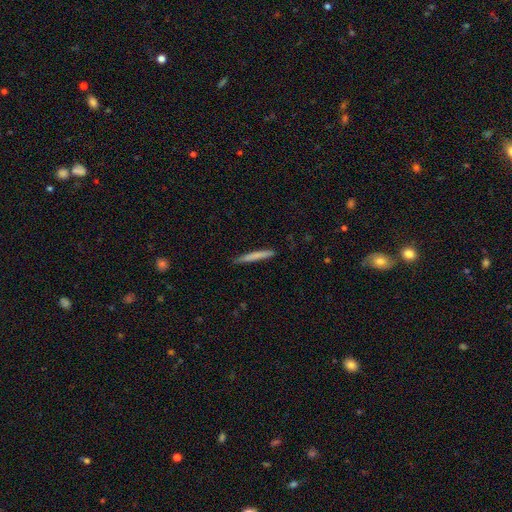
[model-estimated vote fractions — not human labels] Q: Smooth or featured?
A: smooth (72%); runner-up: featured or disk (22%)
Q: How rounded?
A: cigar-shaped (97%); runner-up: in between (2%)
Q: Merging?
A: none (87%); runner-up: minor disturbance (10%)